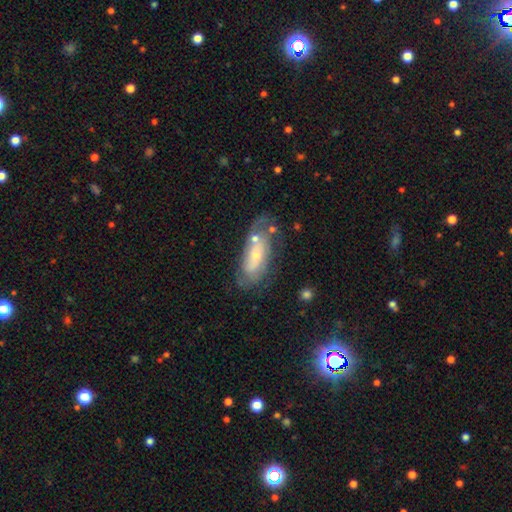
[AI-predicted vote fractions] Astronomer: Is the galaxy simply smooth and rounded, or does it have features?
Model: featured or disk — 53% (runner-up: smooth, 39%).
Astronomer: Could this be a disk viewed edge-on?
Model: no — 85%.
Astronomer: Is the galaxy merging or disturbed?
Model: none — 49% (runner-up: minor disturbance, 25%).